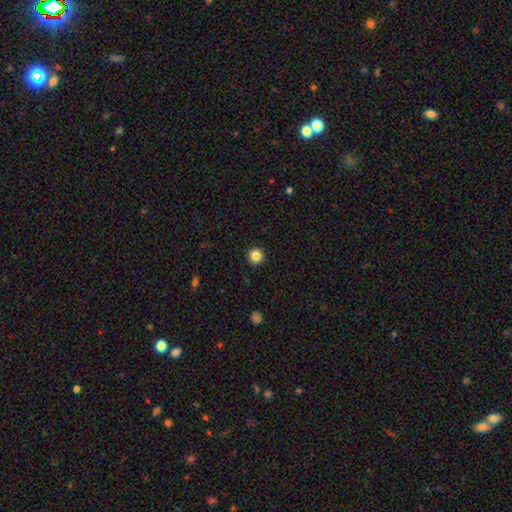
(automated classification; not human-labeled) Smooth or featured? Predicted: smooth (p=0.85). How rounded? Predicted: round (p=0.96). Merging? Predicted: none (p=0.94).